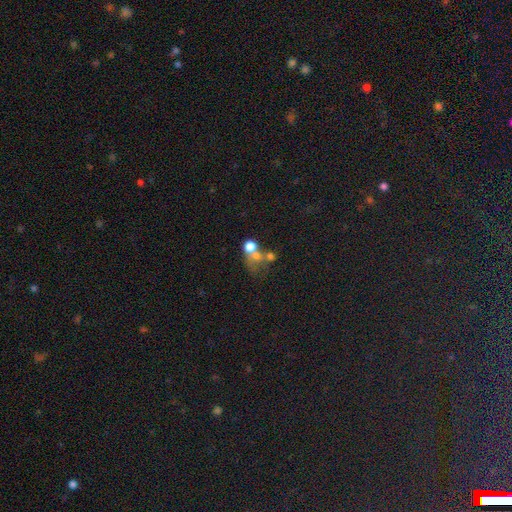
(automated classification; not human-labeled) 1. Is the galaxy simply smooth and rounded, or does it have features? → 58% smooth, 23% featured or disk, 19% star or artifact.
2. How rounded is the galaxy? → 73% round, 26% in between, 1% cigar-shaped.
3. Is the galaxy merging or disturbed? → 52% merger, 28% none, 12% major disturbance, 8% minor disturbance.